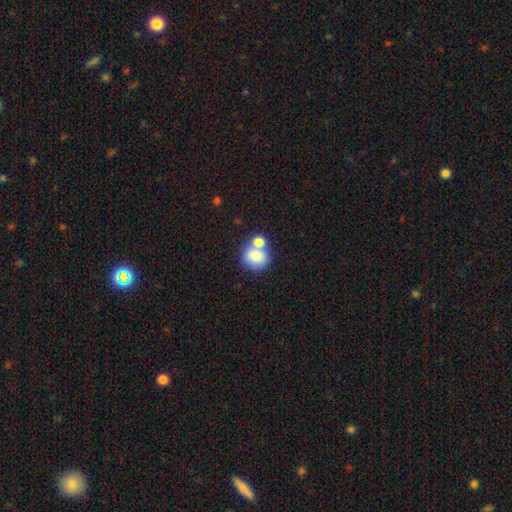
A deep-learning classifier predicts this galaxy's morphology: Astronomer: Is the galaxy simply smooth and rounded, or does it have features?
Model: smooth — 80%.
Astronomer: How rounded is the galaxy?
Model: round — 74%.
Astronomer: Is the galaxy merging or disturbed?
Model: none — 44% (runner-up: merger, 41%).